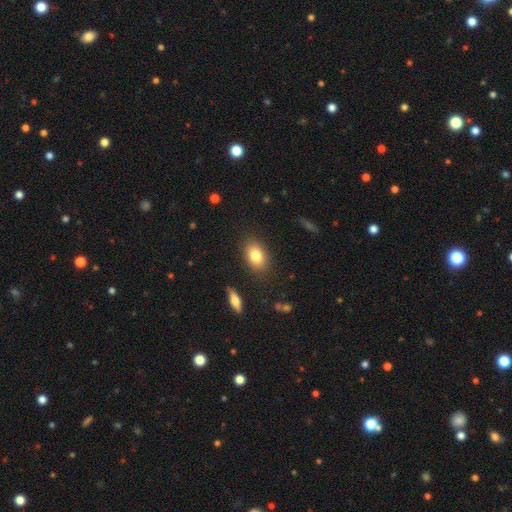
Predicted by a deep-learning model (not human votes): smooth 81%, featured or disk 11%, star or artifact 9%. Down the decision tree: how rounded — in between (83%); merging — none (85%).